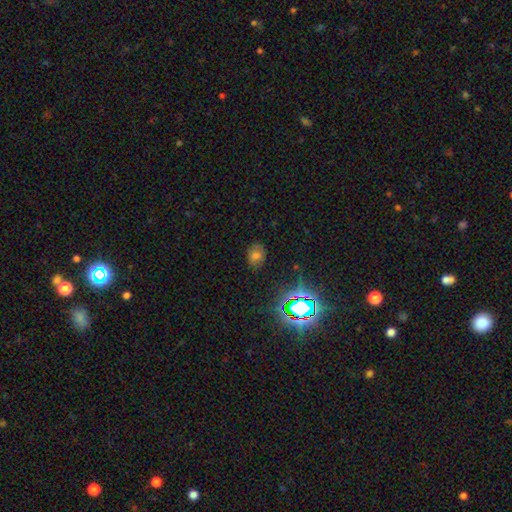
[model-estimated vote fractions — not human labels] Morphology: type=smooth (56%); roundness=in between (57%); merging=none (79%).